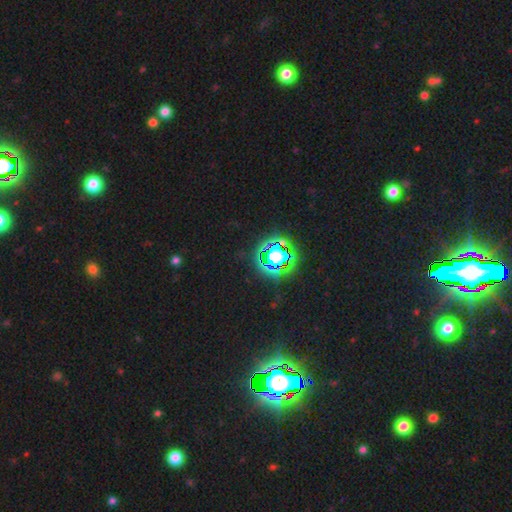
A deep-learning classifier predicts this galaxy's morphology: smooth_or_featured: star or artifact (p=0.80) [alt: smooth p=0.12]